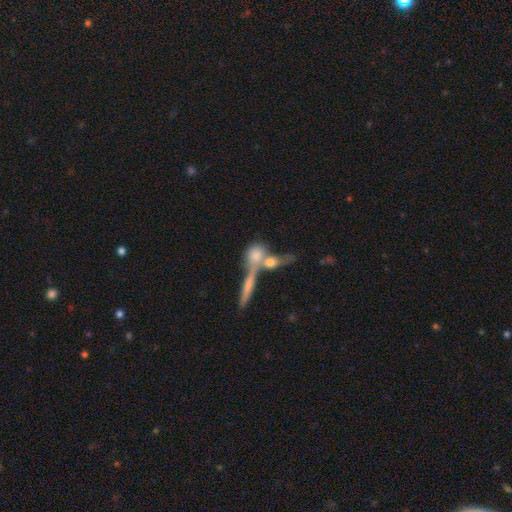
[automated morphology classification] Smooth or featured? Predicted: smooth (p=0.65). How rounded? Predicted: round (p=0.49). Merging? Predicted: merger (p=0.46).